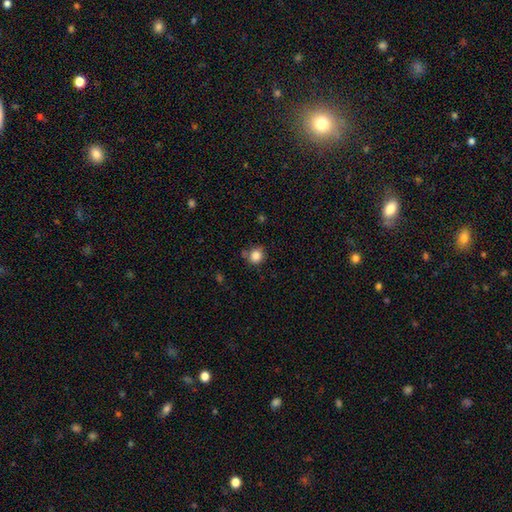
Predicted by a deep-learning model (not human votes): The model was most divided on "merging": none: 69%, minor disturbance: 18%, merger: 8%, major disturbance: 5%. More confident: how rounded — round (85%); smooth or featured — smooth (85%).